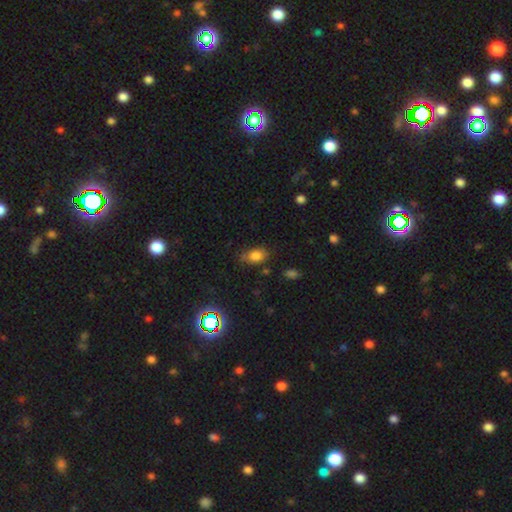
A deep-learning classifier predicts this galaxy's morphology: A smooth galaxy with no disk features (78%) that is in between round and cigar-shaped (81%).

Vote fractions:
- Smooth or featured? smooth: 78% / star or artifact: 13% / featured or disk: 9%
- How rounded? in between: 81% / round: 17% / cigar-shaped: 2%
- Merging? none: 68% / minor disturbance: 24% / major disturbance: 6% / merger: 3%